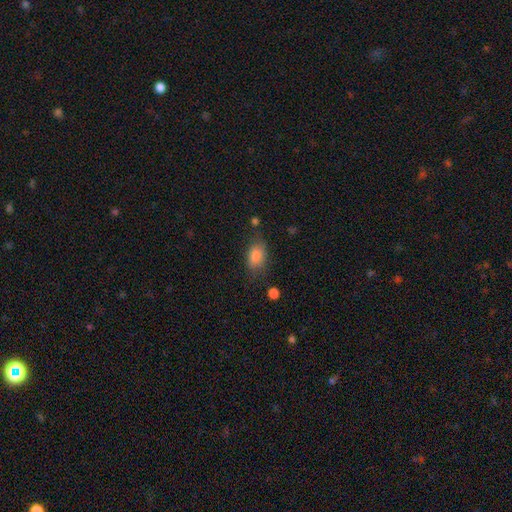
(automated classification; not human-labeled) Smooth or featured: smooth — 83% (star or artifact — 9%)
How rounded: in between — 85% (round — 12%)
Merging: none — 71% (minor disturbance — 20%)